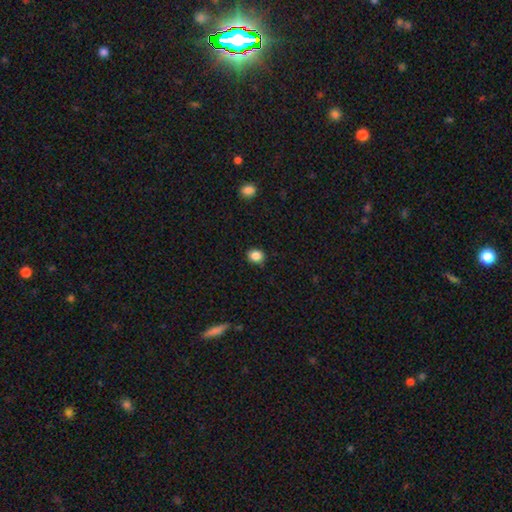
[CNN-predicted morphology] Smooth or featured?
  - smooth: 86% *
  - star or artifact: 10%
  - featured or disk: 4%
How rounded?
  - round: 71% *
  - in between: 29%
  - cigar-shaped: 1%
Merging?
  - none: 88% *
  - minor disturbance: 9%
  - major disturbance: 2%
  - merger: 1%